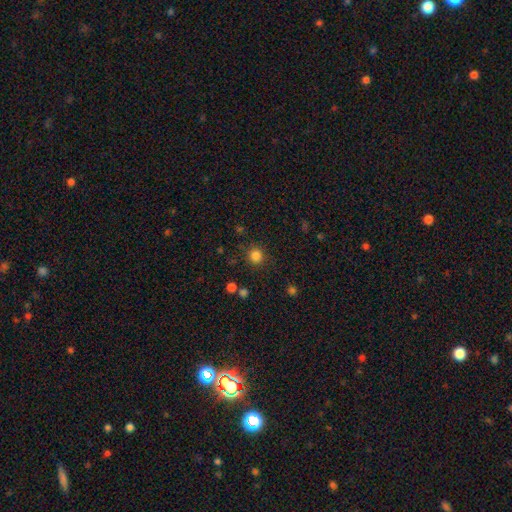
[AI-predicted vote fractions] smooth 83%, star or artifact 13%, featured or disk 4%. Down the decision tree: how rounded — round (92%); merging — none (87%).